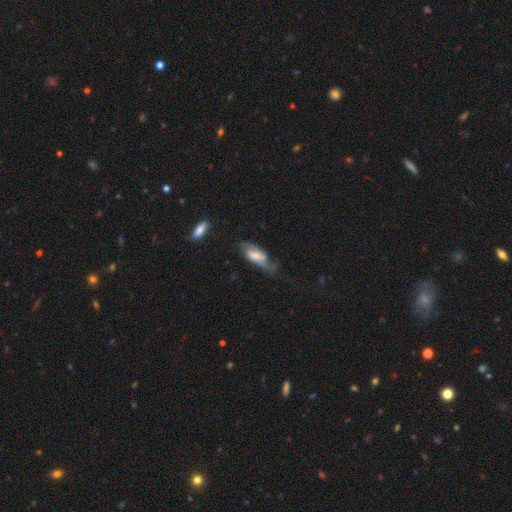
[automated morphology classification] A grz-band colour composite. It shows a featured or disk galaxy (57%). Merging: none (39%).